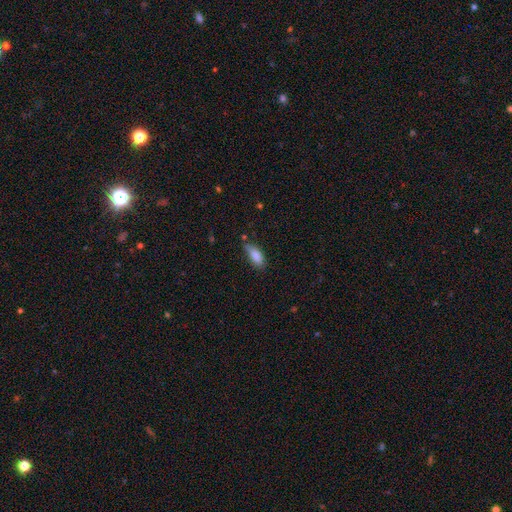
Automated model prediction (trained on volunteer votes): Smooth or featured?
  - smooth: 84% *
  - featured or disk: 8%
  - star or artifact: 7%
How rounded?
  - in between: 79% *
  - cigar-shaped: 19%
  - round: 2%
Merging?
  - none: 53% *
  - minor disturbance: 35%
  - major disturbance: 8%
  - merger: 5%